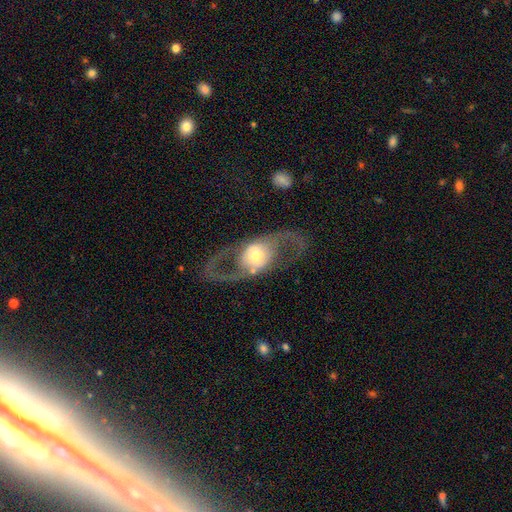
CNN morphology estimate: Overall: featured or disk (73%). Edge-on disk: no (89%). Bar: no (68%). Spiral arms: yes (52%; no 48%). Bulge size: moderate (58%; large 22%). Merging: none (73%).